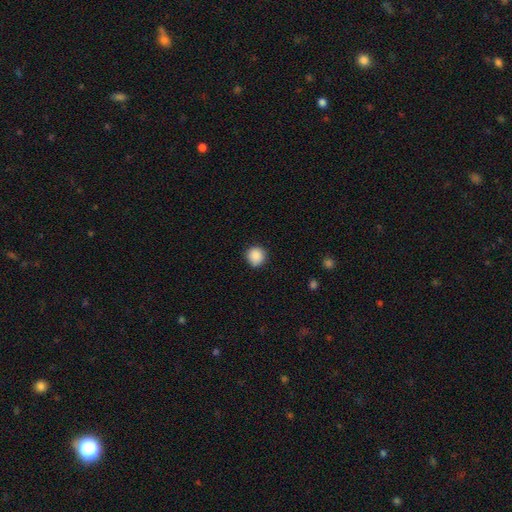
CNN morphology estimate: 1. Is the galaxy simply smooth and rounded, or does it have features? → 88% smooth, 9% star or artifact, 3% featured or disk.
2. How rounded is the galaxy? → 92% round, 7% in between, 1% cigar-shaped.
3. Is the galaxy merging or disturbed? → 87% none, 9% minor disturbance, 2% major disturbance, 1% merger.